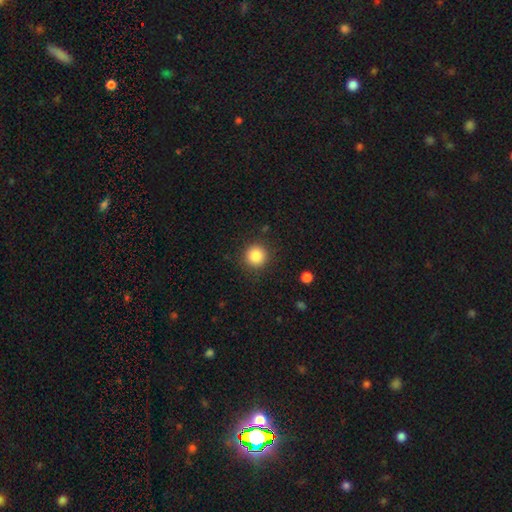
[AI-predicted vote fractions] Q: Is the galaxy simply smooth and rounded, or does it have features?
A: smooth — 85%.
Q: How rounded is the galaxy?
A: round — 95%.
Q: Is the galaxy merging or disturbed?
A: none — 90%.